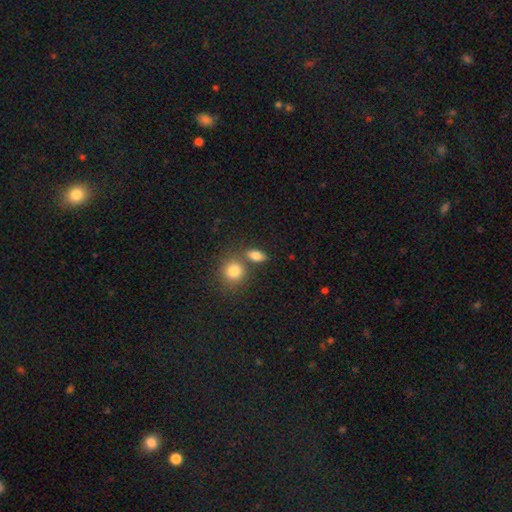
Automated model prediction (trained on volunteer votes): Smooth or featured?
  - smooth: 83% *
  - star or artifact: 9%
  - featured or disk: 8%
How rounded?
  - in between: 76% *
  - round: 19%
  - cigar-shaped: 5%
Merging?
  - none: 63% *
  - merger: 22%
  - minor disturbance: 11%
  - major disturbance: 4%